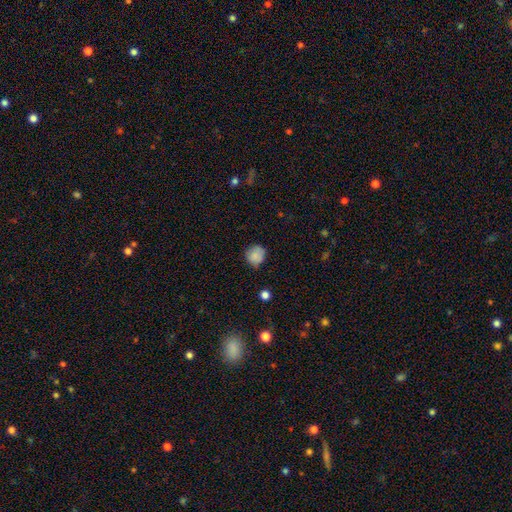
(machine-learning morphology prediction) This is clearly a smooth galaxy (84%). How rounded: clearly round (85%). Merging: likely none (72%).